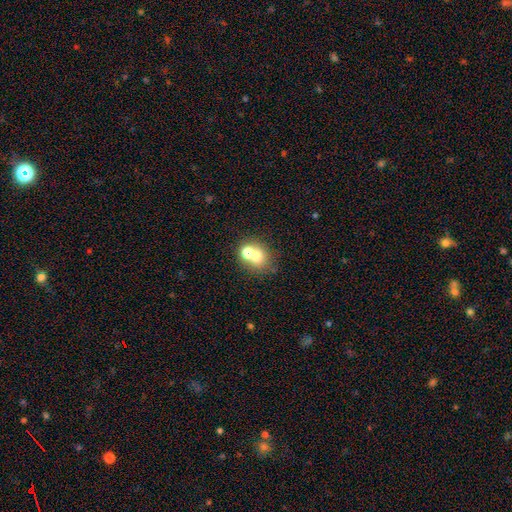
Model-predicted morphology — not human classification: type=smooth (64%); roundness=round (69%); merging=none (46%).